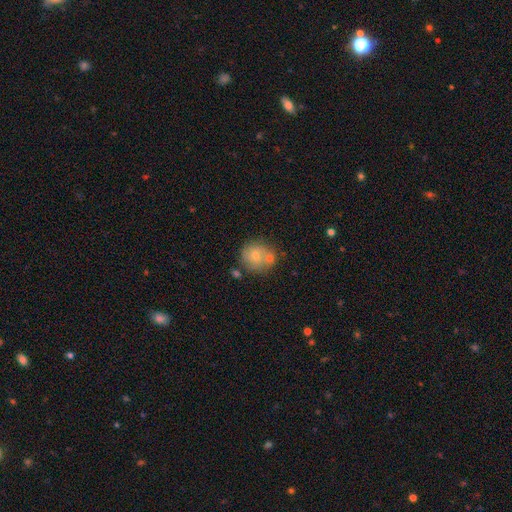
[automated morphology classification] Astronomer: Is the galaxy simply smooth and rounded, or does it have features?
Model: smooth — 69%.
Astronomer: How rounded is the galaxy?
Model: round — 84%.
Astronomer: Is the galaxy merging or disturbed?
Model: none — 53% (runner-up: merger, 28%).